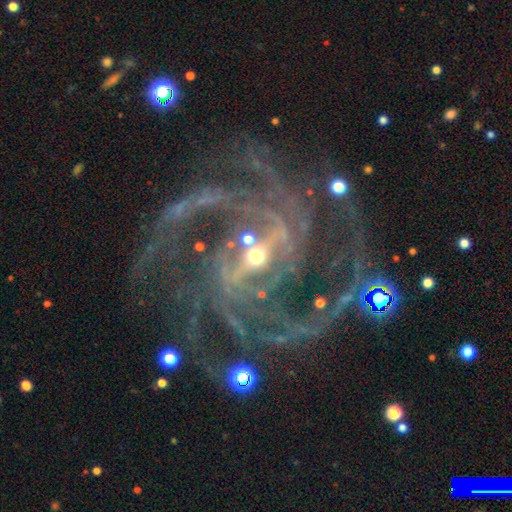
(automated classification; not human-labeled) Smooth or featured? Predicted: featured or disk (p=0.89). Edge-on disk? Predicted: no (p=0.95). Bar? Predicted: strong (p=0.68). Spiral arms? Predicted: yes (p=0.95). Spiral winding? Predicted: tight (p=0.46). Spiral arm count? Predicted: 2 (p=0.29). Bulge size? Predicted: small (p=0.53). Merging? Predicted: none (p=0.60).